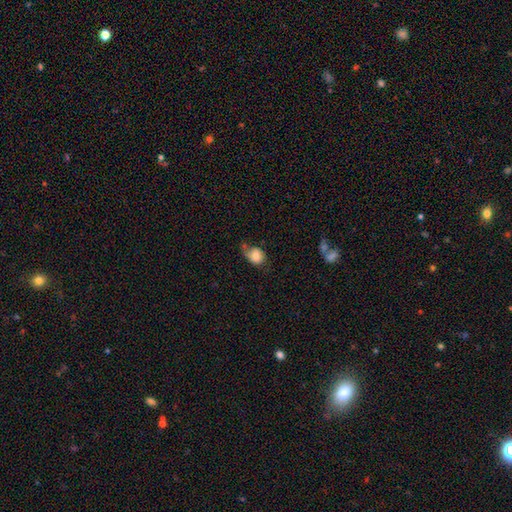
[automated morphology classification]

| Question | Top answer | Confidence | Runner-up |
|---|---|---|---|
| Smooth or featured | smooth | 76% | featured or disk (15%) |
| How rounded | in between | 50% | round (48%) |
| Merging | none | 39% | minor disturbance (36%) |